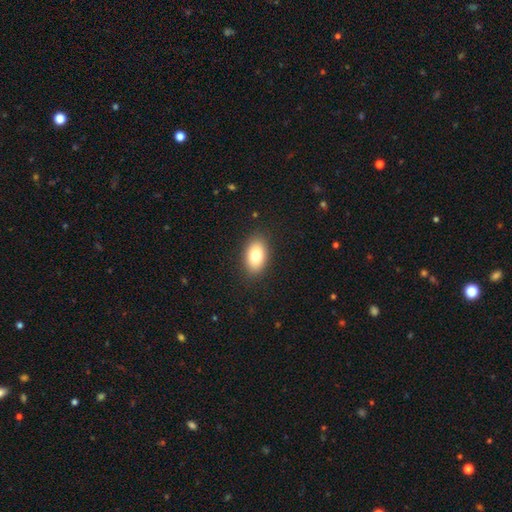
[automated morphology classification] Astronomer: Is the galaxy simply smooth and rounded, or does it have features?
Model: smooth — 79%.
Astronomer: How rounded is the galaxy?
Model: in between — 91%.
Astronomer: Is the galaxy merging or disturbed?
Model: none — 88%.